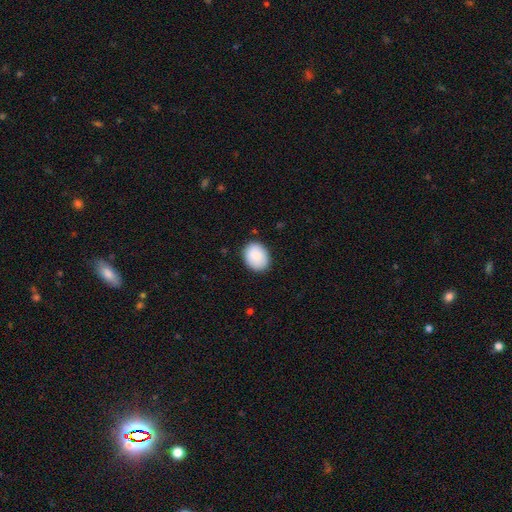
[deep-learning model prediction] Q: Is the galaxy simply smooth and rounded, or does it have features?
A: smooth — 89%.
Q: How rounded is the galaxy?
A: in between — 57%.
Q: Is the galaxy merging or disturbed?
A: none — 86%.